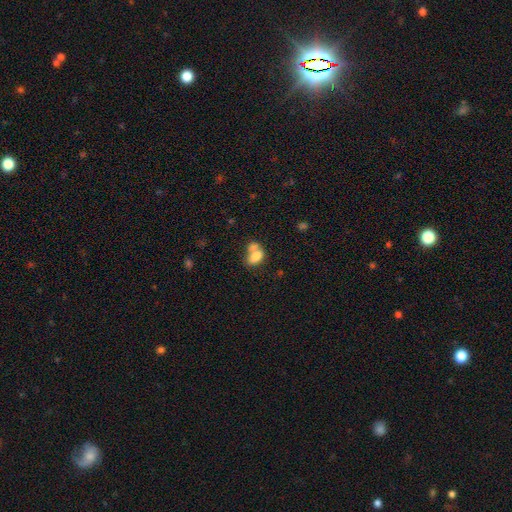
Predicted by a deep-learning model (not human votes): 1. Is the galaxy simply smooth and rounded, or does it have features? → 76% smooth, 14% featured or disk, 10% star or artifact.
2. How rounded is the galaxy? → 85% in between, 12% round, 2% cigar-shaped.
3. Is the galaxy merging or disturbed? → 56% merger, 25% none, 11% minor disturbance, 7% major disturbance.